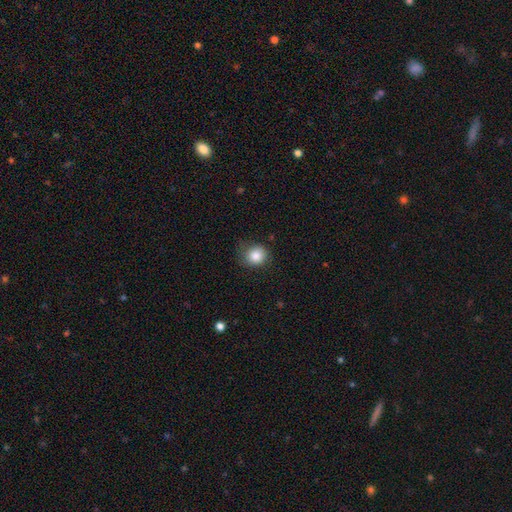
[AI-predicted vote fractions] smooth-or-featured: smooth: 84% | star or artifact: 10% | featured or disk: 6%
  how-rounded: round: 83% | in between: 16% | cigar-shaped: 1%
  merging: none: 71% | minor disturbance: 22% | major disturbance: 6% | merger: 1%